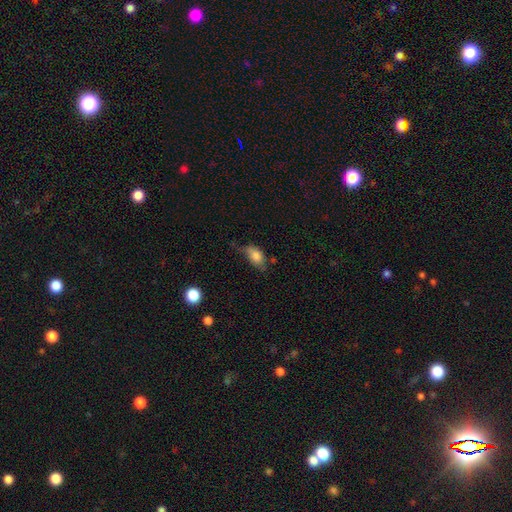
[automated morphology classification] Smooth or featured: smooth — 79% (featured or disk — 13%)
How rounded: in between — 88% (round — 9%)
Merging: none — 43% (minor disturbance — 38%)